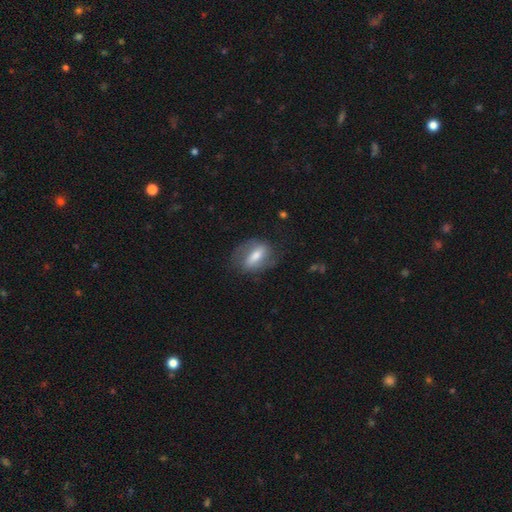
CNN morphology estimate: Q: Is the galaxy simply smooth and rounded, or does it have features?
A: featured or disk — 50%.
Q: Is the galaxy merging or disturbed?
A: none — 67%.